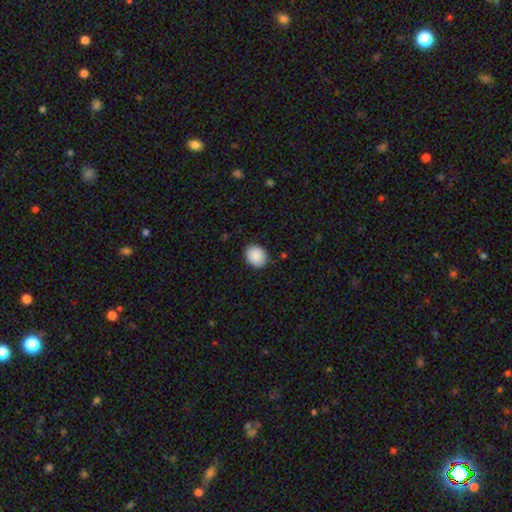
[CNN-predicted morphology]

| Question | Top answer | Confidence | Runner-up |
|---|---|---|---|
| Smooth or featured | smooth | 90% | star or artifact (7%) |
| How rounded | round | 57% | in between (42%) |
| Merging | none | 87% | minor disturbance (10%) |